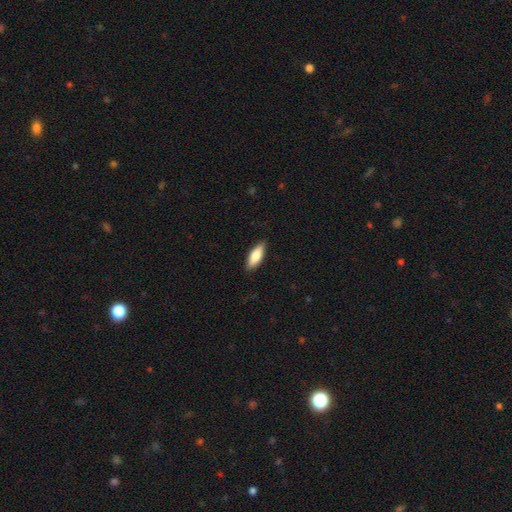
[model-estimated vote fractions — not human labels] Q: Smooth or featured?
A: smooth (80%); runner-up: featured or disk (15%)
Q: How rounded?
A: in between (70%); runner-up: cigar-shaped (28%)
Q: Merging?
A: none (87%); runner-up: minor disturbance (10%)